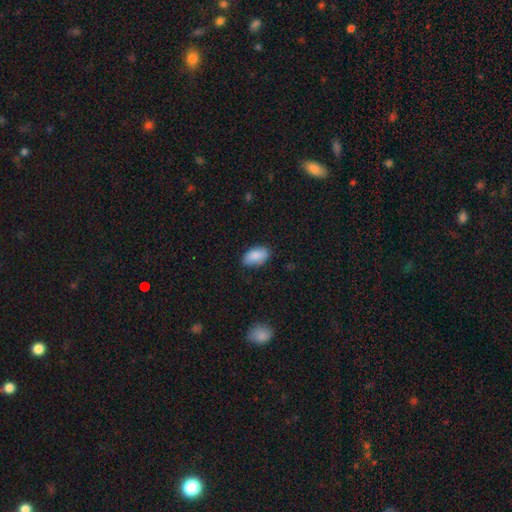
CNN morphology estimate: This is clearly a smooth galaxy (87%). How rounded: clearly in between (93%). Merging: likely none (79%).